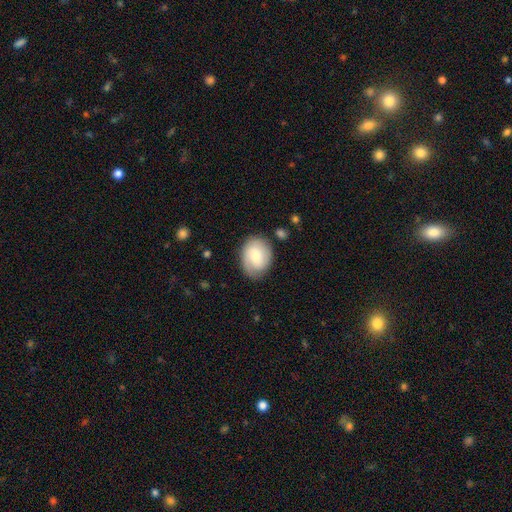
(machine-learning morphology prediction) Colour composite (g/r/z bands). It shows a smooth galaxy with no disk features (60%) that is in between round and cigar-shaped (60%). Merging: none (76%).